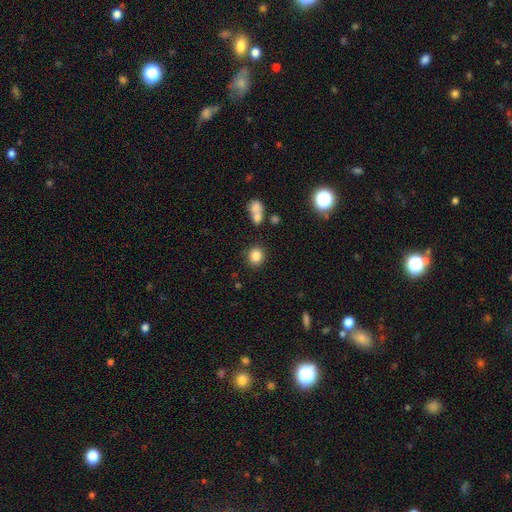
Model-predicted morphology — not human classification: Smooth or featured: smooth — 84% (star or artifact — 10%)
How rounded: round — 82% (in between — 17%)
Merging: none — 82% (minor disturbance — 9%)